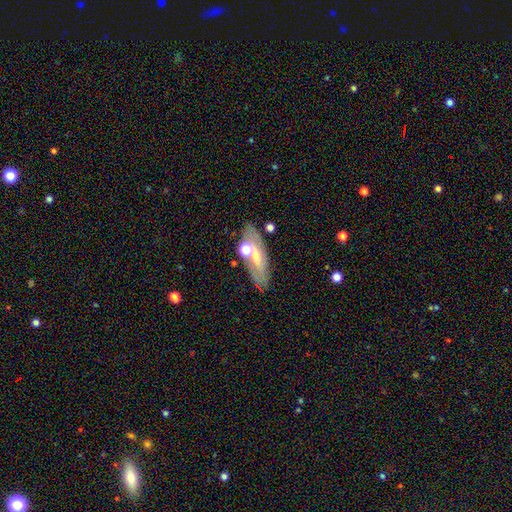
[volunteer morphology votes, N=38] Overall: featured or disk (68%). Edge-on disk: no (77%). Bar: weak (50%; no 35%). Spiral arms: no (55%; yes 45%). Bulge size: moderate (50%, tied with small). Merging: none (81%).